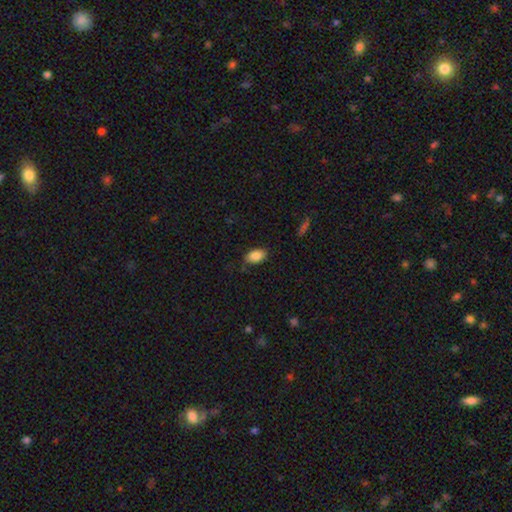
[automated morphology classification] A smooth galaxy with no disk features (87%) that is in between round and cigar-shaped (92%).

Vote fractions:
- Smooth or featured? smooth: 87% / star or artifact: 7% / featured or disk: 6%
- How rounded? in between: 92% / round: 6% / cigar-shaped: 2%
- Merging? none: 82% / minor disturbance: 13% / major disturbance: 3% / merger: 2%